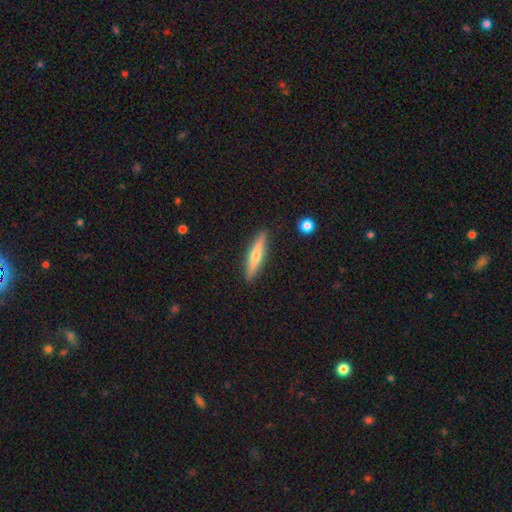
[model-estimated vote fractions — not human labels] Q: Smooth or featured?
A: smooth (51%); runner-up: featured or disk (43%)
Q: How rounded?
A: cigar-shaped (88%); runner-up: in between (10%)
Q: Merging?
A: none (90%); runner-up: minor disturbance (7%)